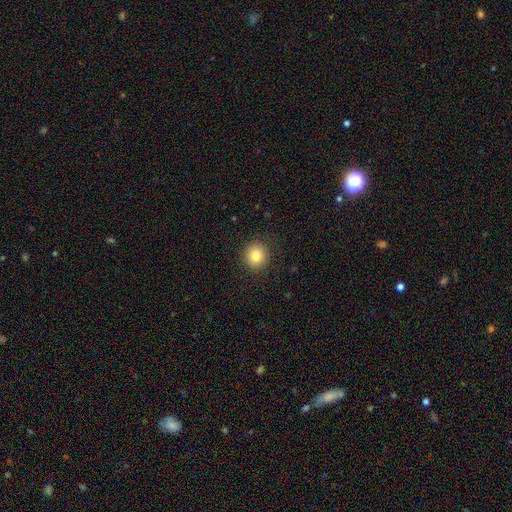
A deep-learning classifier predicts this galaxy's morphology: This appears to be a smooth galaxy with no disk features (83%) that is round (89%). Merging: none (90%).